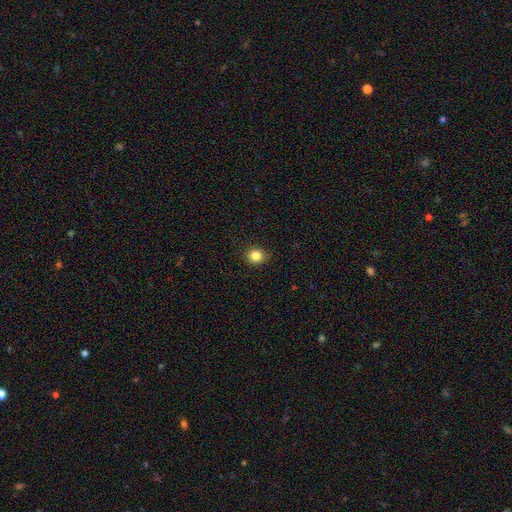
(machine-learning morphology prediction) A smooth galaxy with no disk features (84%) that is round (88%). Merging: none (90%).